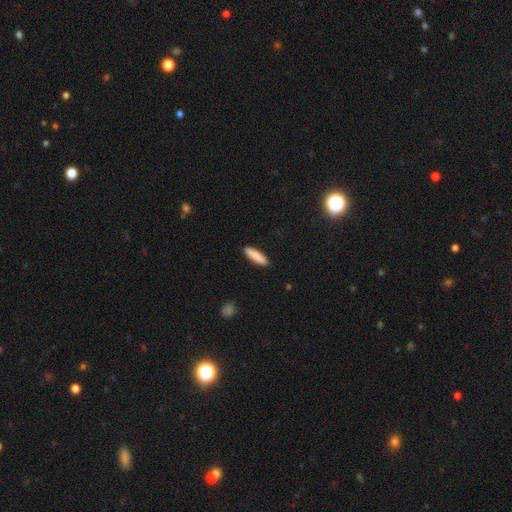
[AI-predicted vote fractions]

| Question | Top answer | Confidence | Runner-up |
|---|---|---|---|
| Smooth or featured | smooth | 88% | featured or disk (6%) |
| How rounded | cigar-shaped | 76% | in between (23%) |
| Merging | none | 91% | minor disturbance (6%) |